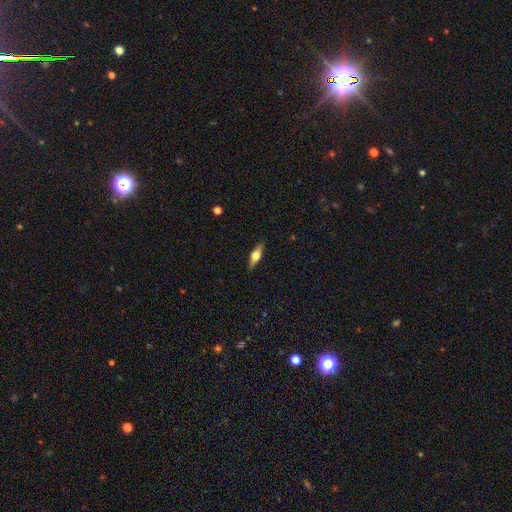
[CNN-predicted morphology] Smooth or featured? smooth (49%)
Merging? none (87%)